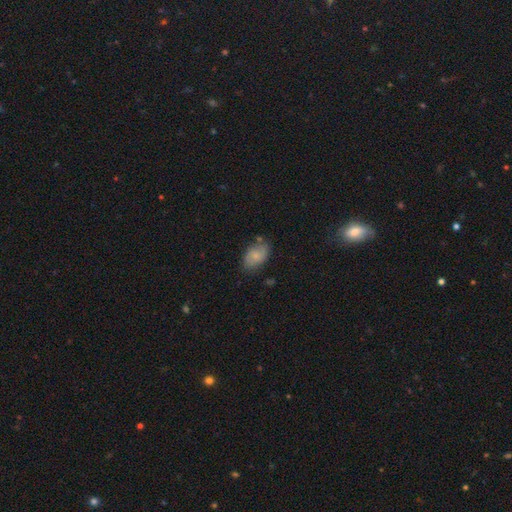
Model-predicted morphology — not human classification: type=smooth (72%); roundness=in between (90%); merging=none (66%).